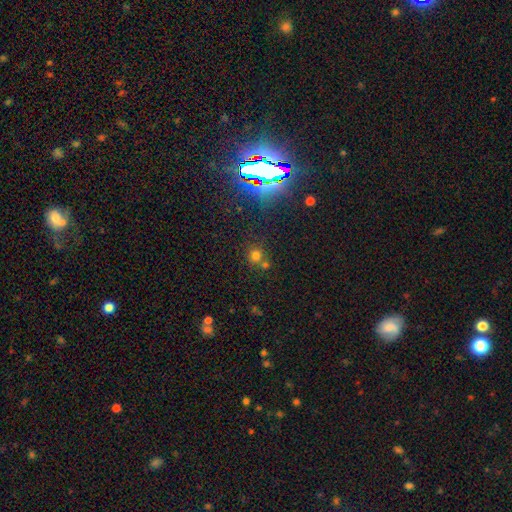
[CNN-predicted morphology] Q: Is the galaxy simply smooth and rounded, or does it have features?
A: smooth — 66%.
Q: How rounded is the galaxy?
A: round — 87%.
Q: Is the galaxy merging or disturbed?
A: none — 58%.